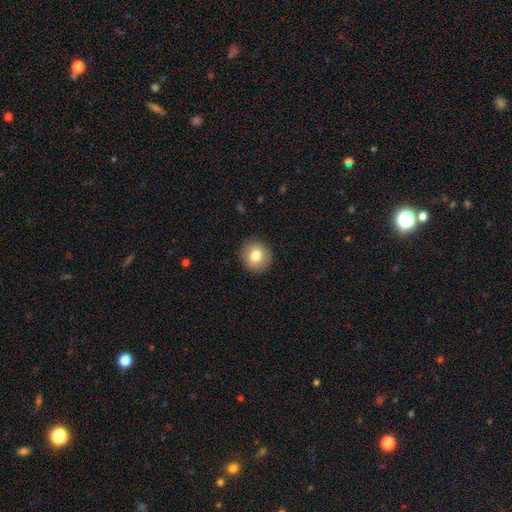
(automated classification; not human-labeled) The model was most divided on "smooth or featured": smooth: 79%, featured or disk: 12%, star or artifact: 9%. More confident: merging — none (91%); how rounded — round (91%).